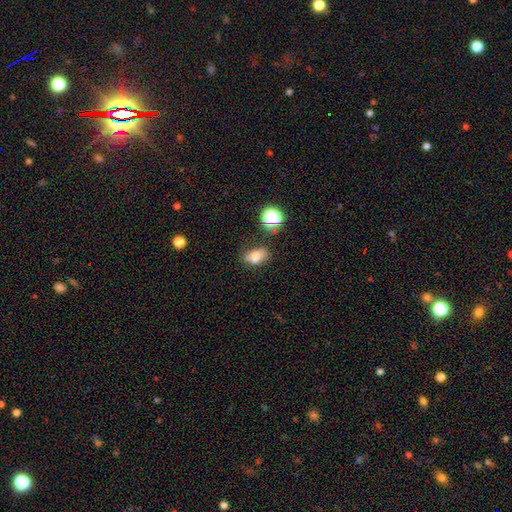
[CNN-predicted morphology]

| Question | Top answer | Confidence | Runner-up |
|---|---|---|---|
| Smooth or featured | smooth | 68% | featured or disk (18%) |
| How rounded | in between | 75% | round (22%) |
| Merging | none | 53% | minor disturbance (22%) |